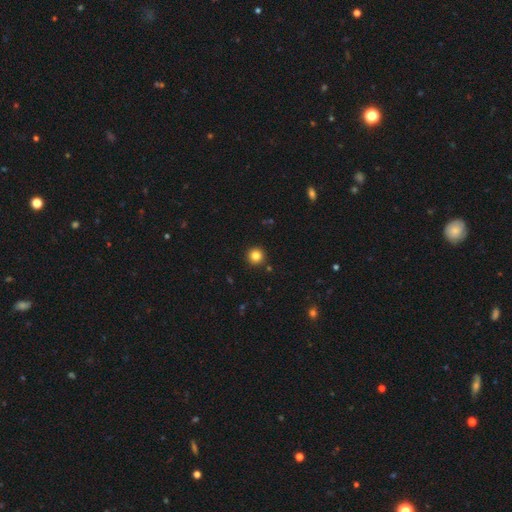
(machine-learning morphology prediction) Overall: smooth (83%). How rounded: round (96%). Merging: none (92%).